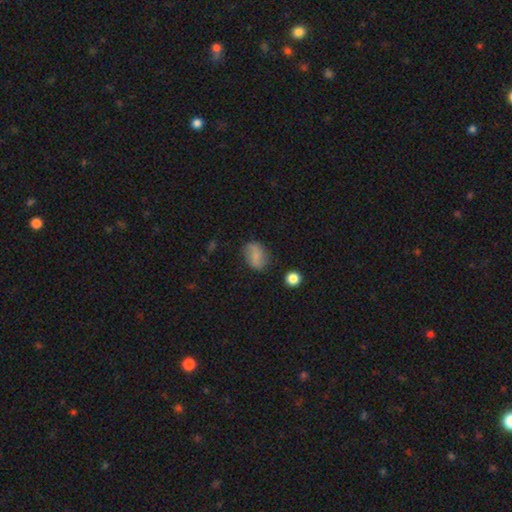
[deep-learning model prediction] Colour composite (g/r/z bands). It shows a smooth galaxy with no disk features (65%) that is in between round and cigar-shaped (72%). Merging: none (74%).